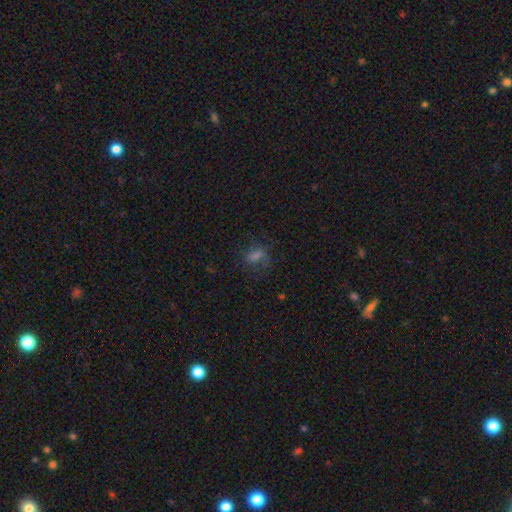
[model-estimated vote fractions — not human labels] This is possibly a smooth galaxy (50%). Merging: likely none (61%).